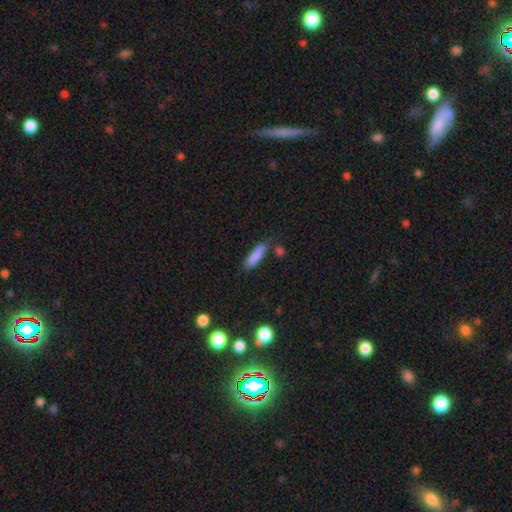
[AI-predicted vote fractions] A smooth galaxy with no disk features (85%) that is cigar-shaped (69%). Merging: none (70%).